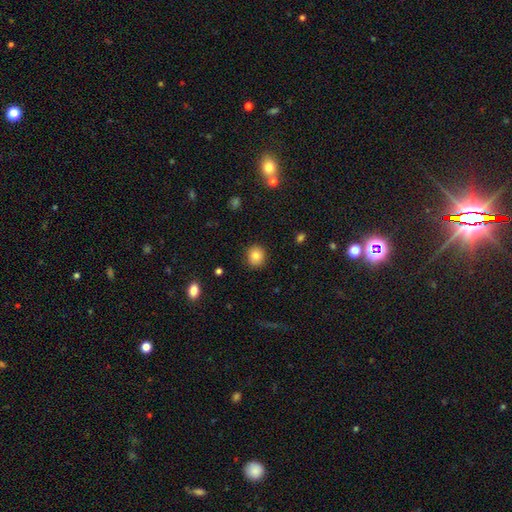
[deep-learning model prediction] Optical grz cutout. It shows a smooth galaxy with no disk features (83%) that is round (85%). Merging: none (89%).